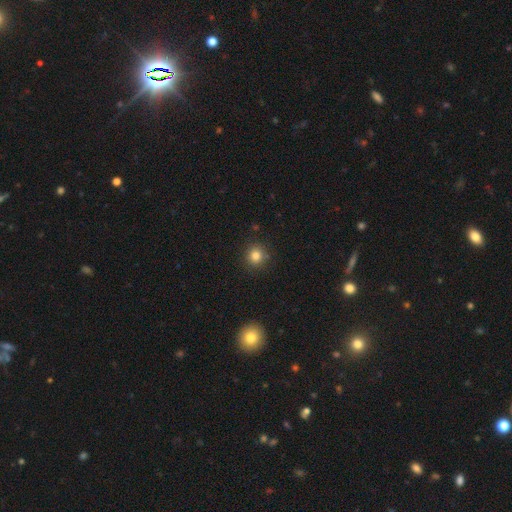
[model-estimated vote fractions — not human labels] smooth-or-featured: smooth: 81% | star or artifact: 13% | featured or disk: 6%
  how-rounded: round: 92% | in between: 7% | cigar-shaped: 1%
  merging: none: 89% | minor disturbance: 7% | major disturbance: 2% | merger: 2%